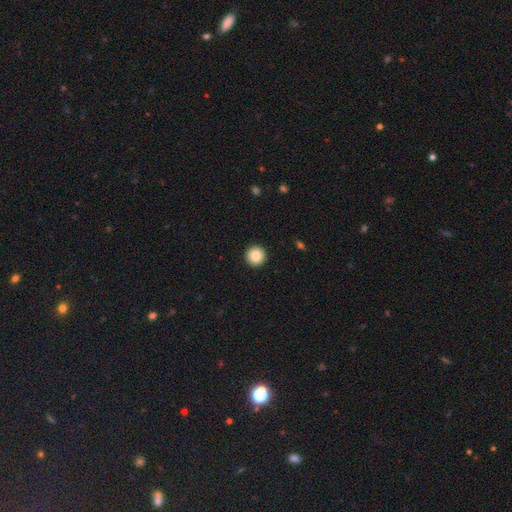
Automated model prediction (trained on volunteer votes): The model was most divided on "smooth or featured": smooth: 85%, star or artifact: 9%, featured or disk: 6%. More confident: how rounded — round (96%); merging — none (93%).